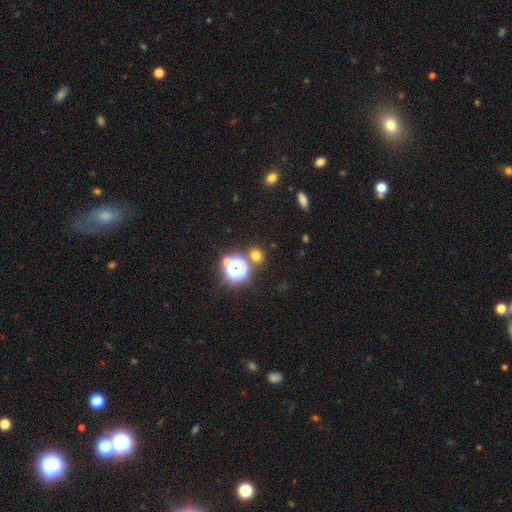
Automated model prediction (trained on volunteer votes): This is likely a smooth galaxy (64%). How rounded: clearly round (81%). Merging: likely none (78%).